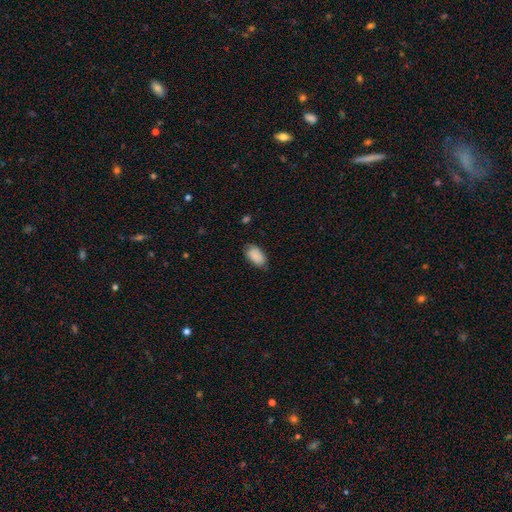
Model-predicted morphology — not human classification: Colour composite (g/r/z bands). It shows a smooth galaxy with no disk features (89%) that is in between round and cigar-shaped (94%). Merging: none (76%).